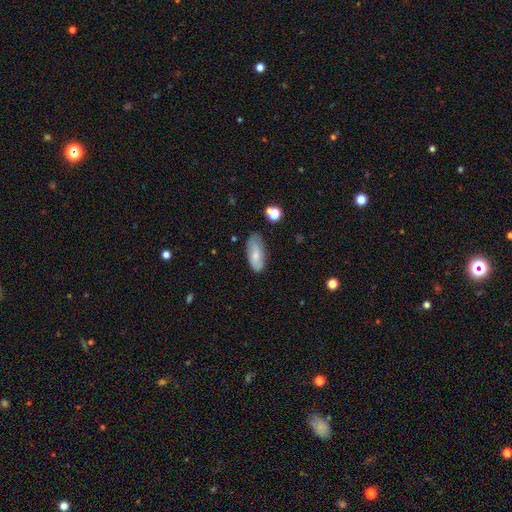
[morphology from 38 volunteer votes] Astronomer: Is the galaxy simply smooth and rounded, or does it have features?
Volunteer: smooth — 55% (runner-up: featured or disk, 34%).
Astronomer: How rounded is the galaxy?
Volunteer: in between — 81%.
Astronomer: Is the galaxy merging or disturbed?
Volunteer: none — 71%.